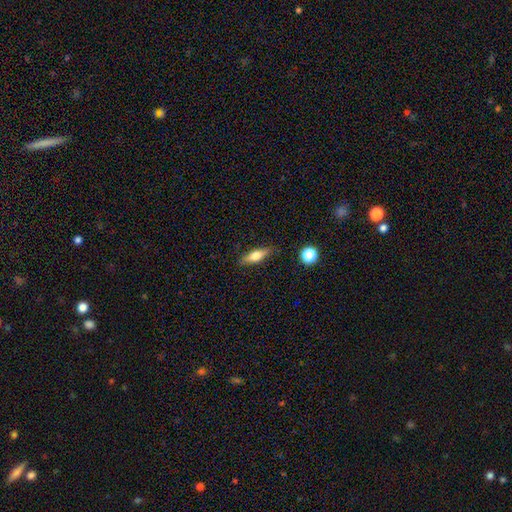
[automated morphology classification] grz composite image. It shows a smooth galaxy with no disk features (56%) that is cigar-shaped (54%). Merging: none (86%).